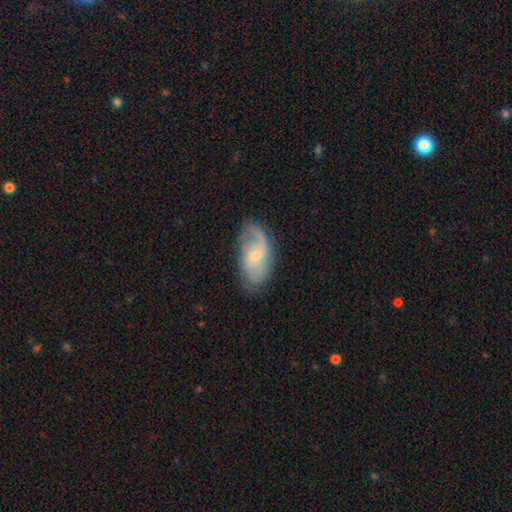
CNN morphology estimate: Smooth or featured?
  - featured or disk: 73% *
  - smooth: 20%
  - star or artifact: 6%
Edge-on disk?
  - no: 96% *
  - yes: 4%
Bar?
  - no: 46% *
  - weak: 45%
  - strong: 8%
Spiral arms?
  - yes: 92% *
  - no: 8%
Spiral winding?
  - loose: 42% *
  - medium: 41%
  - tight: 17%
Spiral arm count?
  - 2: 58% *
  - 1: 19%
  - can't tell: 14%
  - 3: 5%
  - 4: 2%
  - more than 4: 2%
Bulge size?
  - small: 67% *
  - moderate: 26%
  - none: 4%
  - large: 2%
  - dominant: 1%
Merging?
  - none: 67% *
  - minor disturbance: 21%
  - major disturbance: 11%
  - merger: 1%